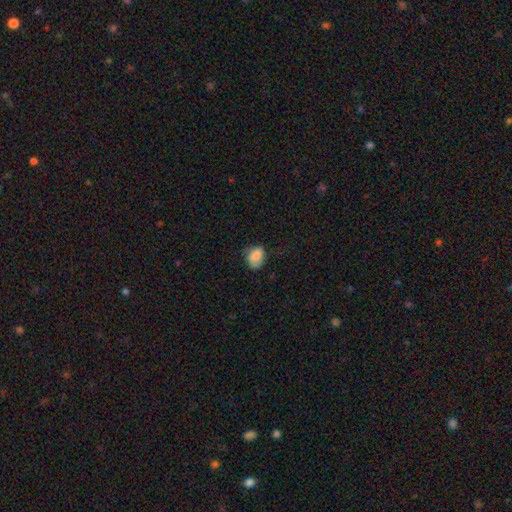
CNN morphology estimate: smooth_or_featured: smooth (p=0.79) [alt: featured or disk p=0.13]
how_rounded: in between (p=0.64) [alt: round p=0.35]
merging: none (p=0.56) [alt: minor disturbance p=0.31]